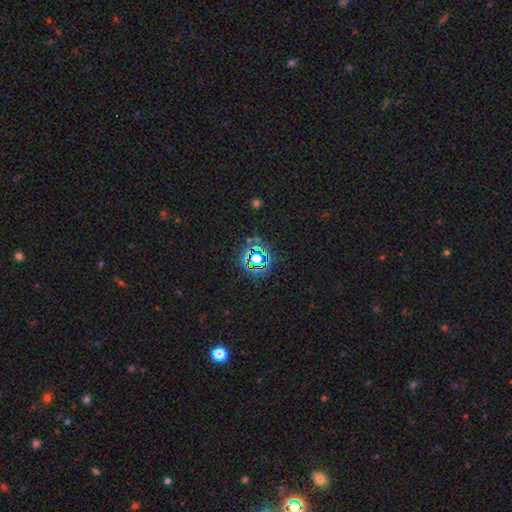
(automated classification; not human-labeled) star or artifact 67%, smooth 21%, featured or disk 12%.